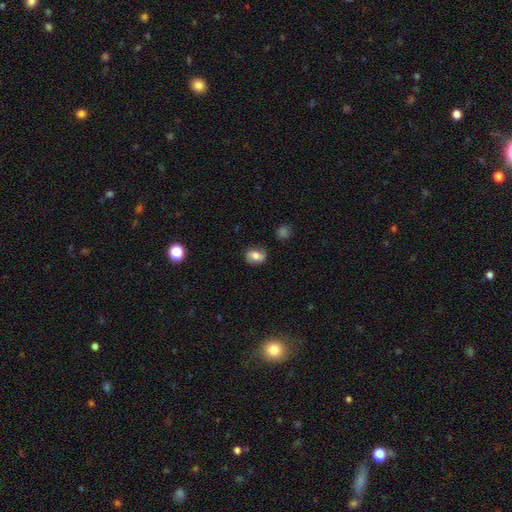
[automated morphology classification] The model was most divided on "how rounded": in between: 55%, round: 44%, cigar-shaped: 2%. More confident: merging — none (75%); smooth or featured — smooth (53%).